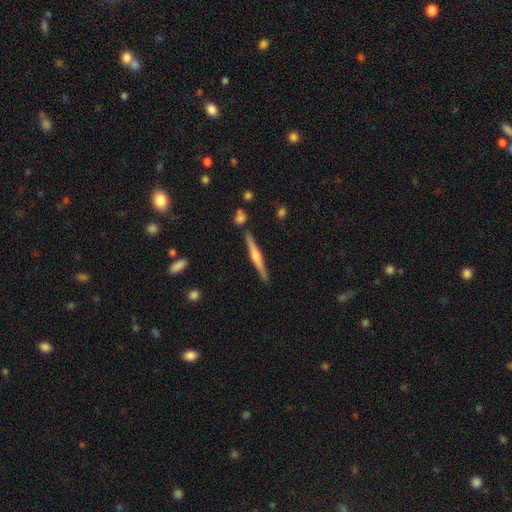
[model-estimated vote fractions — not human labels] Smooth or featured: featured or disk — 70% (smooth — 24%)
Edge-on disk: yes — 98% (no — 2%)
Edge-on bulge: rounded — 83% (none — 9%)
Merging: none — 88% (minor disturbance — 8%)